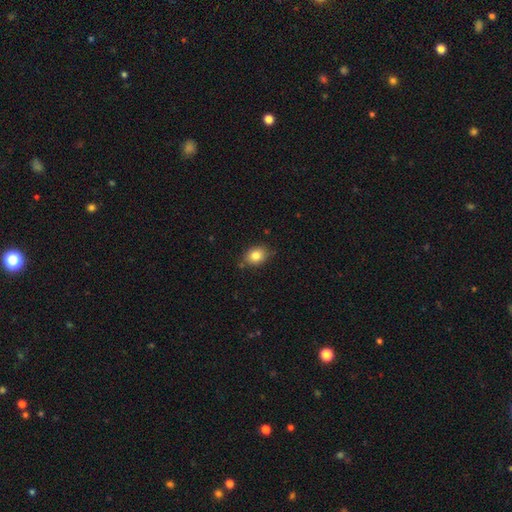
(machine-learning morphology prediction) Q: Smooth or featured?
A: smooth (83%); runner-up: star or artifact (9%)
Q: How rounded?
A: in between (57%); runner-up: round (41%)
Q: Merging?
A: none (78%); runner-up: minor disturbance (17%)